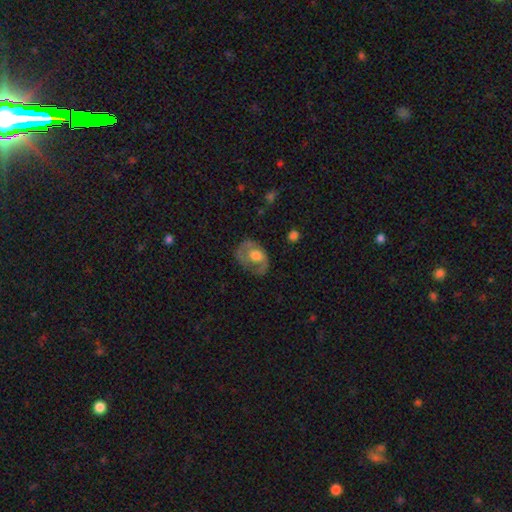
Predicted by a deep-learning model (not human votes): The model was most divided on "smooth or featured": featured or disk: 52%, smooth: 41%, star or artifact: 7%. More confident: edge-on disk — no (95%); merging — none (54%).